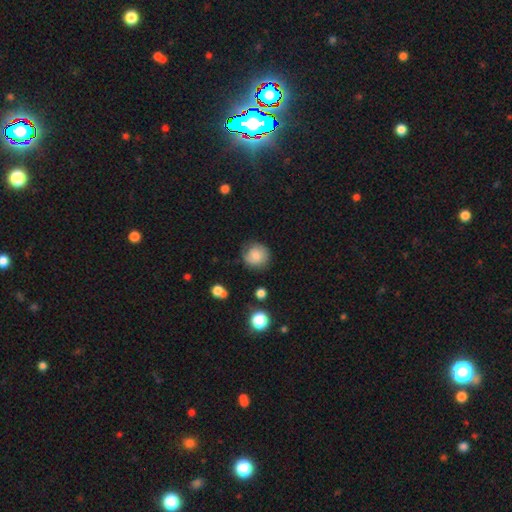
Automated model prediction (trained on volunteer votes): Q: Smooth or featured?
A: smooth (71%); runner-up: featured or disk (19%)
Q: How rounded?
A: round (88%); runner-up: in between (11%)
Q: Merging?
A: none (74%); runner-up: minor disturbance (19%)